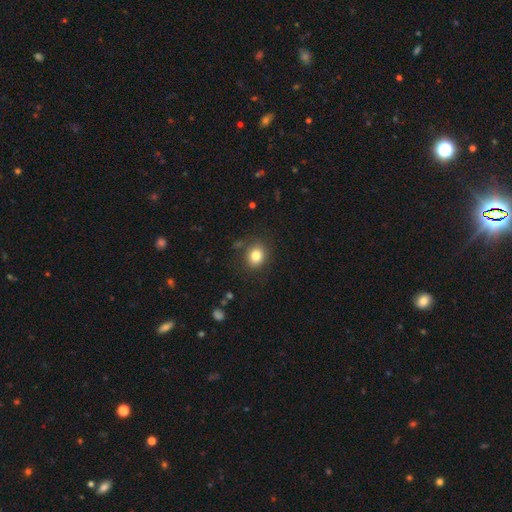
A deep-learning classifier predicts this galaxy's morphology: Smooth or featured? Predicted: smooth (p=0.81). How rounded? Predicted: round (p=0.65). Merging? Predicted: none (p=0.84).